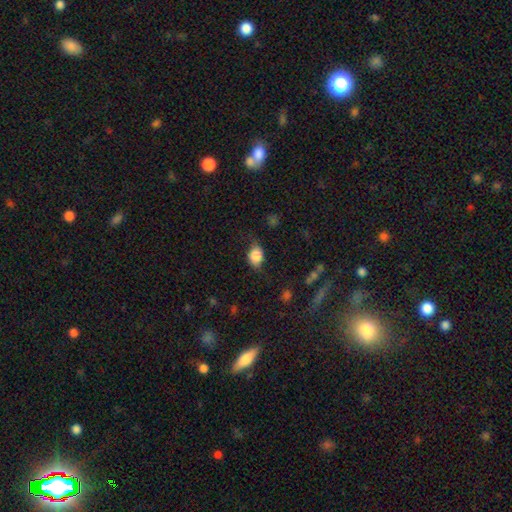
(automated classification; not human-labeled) Morphology: type=smooth (79%); roundness=in between (58%); merging=none (60%).